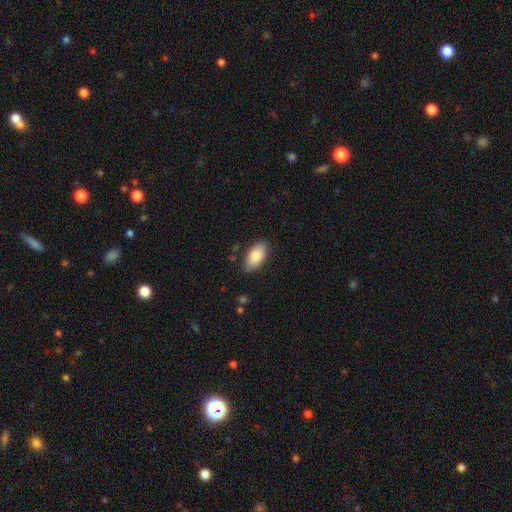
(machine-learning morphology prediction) Overall: smooth (82%). How rounded: in between (94%). Merging: none (84%).